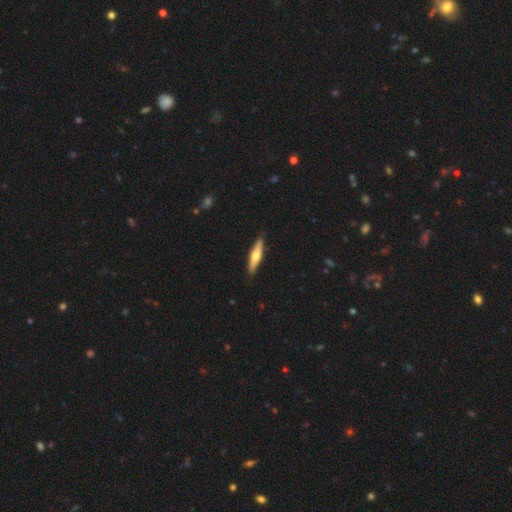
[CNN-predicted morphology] A featured or disk galaxy (50%) viewed edge-on (94%).

Vote fractions:
- Smooth or featured? featured or disk: 50% / smooth: 45% / star or artifact: 5%
- Edge-on disk? yes: 94% / no: 6%
- Merging? none: 89% / minor disturbance: 8% / major disturbance: 1% / merger: 1%